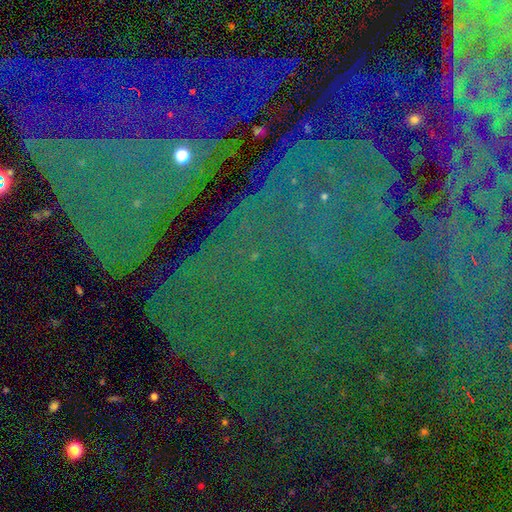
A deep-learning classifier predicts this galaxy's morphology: Smooth or featured?
  - star or artifact: 86% *
  - featured or disk: 8%
  - smooth: 7%